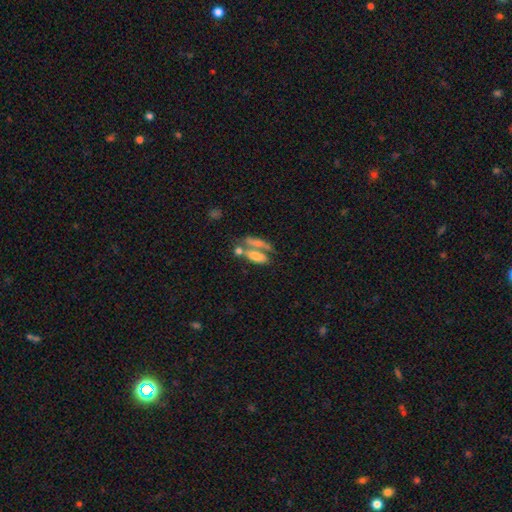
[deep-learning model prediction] Morphology: type=smooth (67%); roundness=in between (66%); merging=merger (50%).